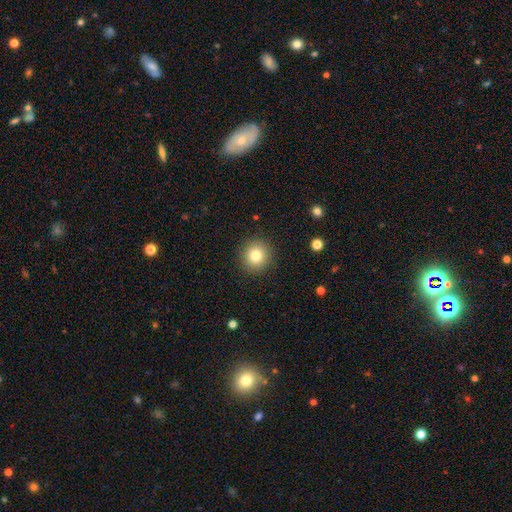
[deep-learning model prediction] A smooth galaxy with no disk features (81%) that is round (92%).

Vote fractions:
- Smooth or featured? smooth: 81% / star or artifact: 11% / featured or disk: 8%
- How rounded? round: 92% / in between: 7% / cigar-shaped: 1%
- Merging? none: 90% / minor disturbance: 6% / major disturbance: 2% / merger: 1%